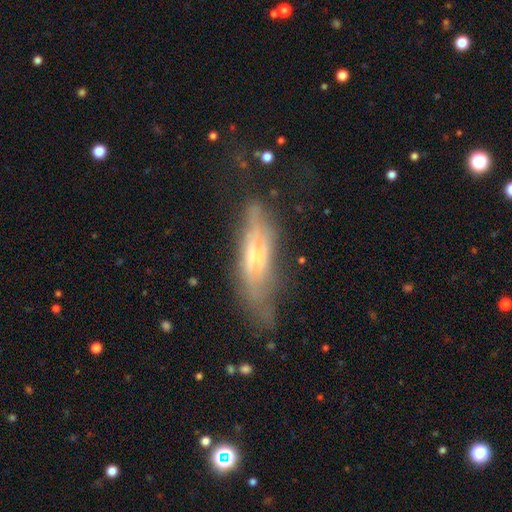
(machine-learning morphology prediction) type=featured or disk (61%); edge-on=yes (71%); merging=none (51%).